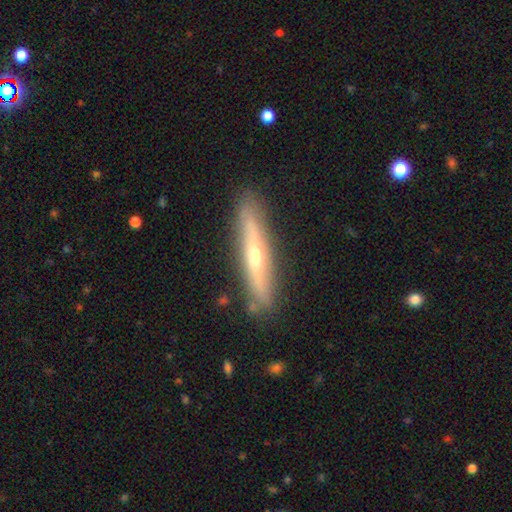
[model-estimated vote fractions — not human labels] Overall: featured or disk (62%; smooth 32%). Edge-on disk: yes (86%). Edge-on bulge: rounded (84%). Merging: none (86%).